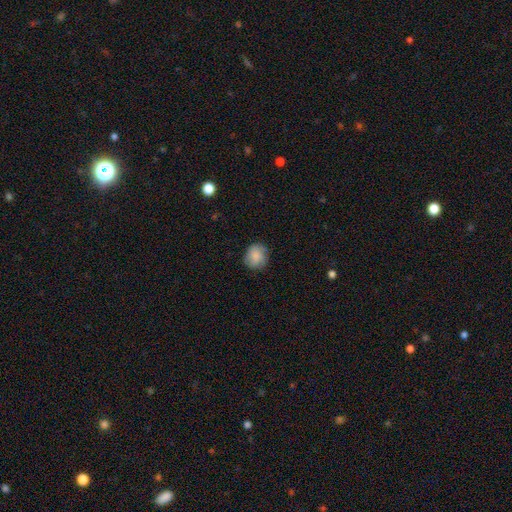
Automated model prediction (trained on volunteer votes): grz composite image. It shows a smooth galaxy with no disk features (81%) that is round (81%). Merging: none (77%).